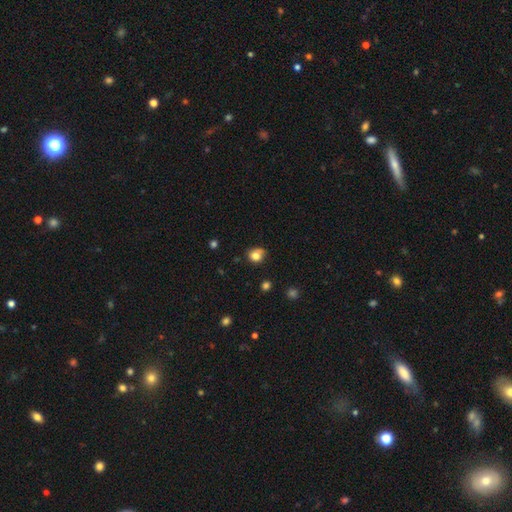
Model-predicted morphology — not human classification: smooth-or-featured: smooth: 79% | star or artifact: 12% | featured or disk: 9%
  how-rounded: round: 74% | in between: 25% | cigar-shaped: 1%
  merging: none: 59% | minor disturbance: 26% | merger: 8% | major disturbance: 7%